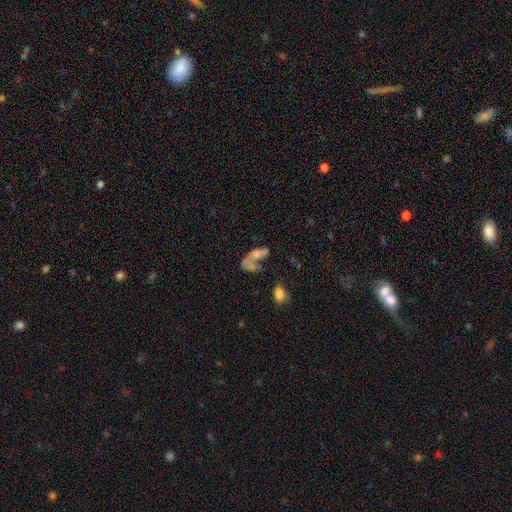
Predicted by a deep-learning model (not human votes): Morphology: type=smooth (50%); merging=merger (42%).